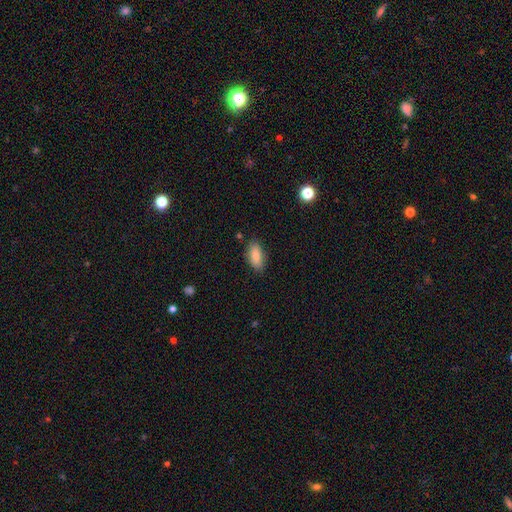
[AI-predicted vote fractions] Smooth or featured: smooth — 82% (featured or disk — 11%)
How rounded: in between — 86% (cigar-shaped — 10%)
Merging: none — 83% (minor disturbance — 13%)